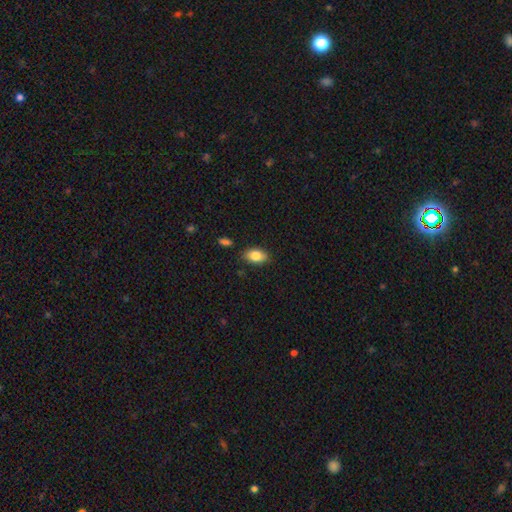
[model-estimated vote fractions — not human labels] Q: Smooth or featured?
A: smooth (84%); runner-up: featured or disk (8%)
Q: How rounded?
A: in between (89%); runner-up: round (9%)
Q: Merging?
A: none (81%); runner-up: minor disturbance (14%)